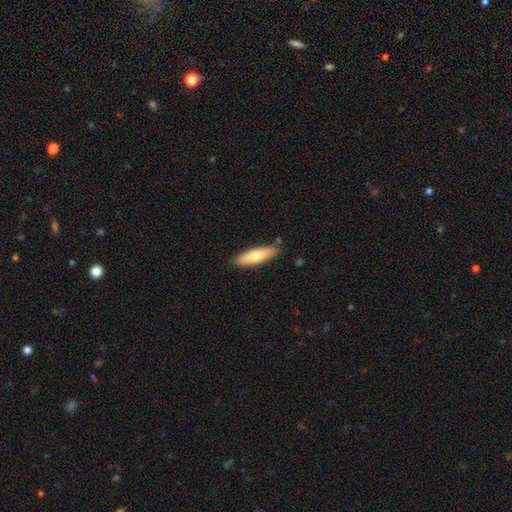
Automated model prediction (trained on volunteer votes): A smooth galaxy with no disk features (69%) that is cigar-shaped (57%).

Vote fractions:
- Smooth or featured? smooth: 69% / featured or disk: 25% / star or artifact: 6%
- How rounded? cigar-shaped: 57% / in between: 42% / round: 2%
- Merging? none: 85% / minor disturbance: 11% / merger: 2% / major disturbance: 2%